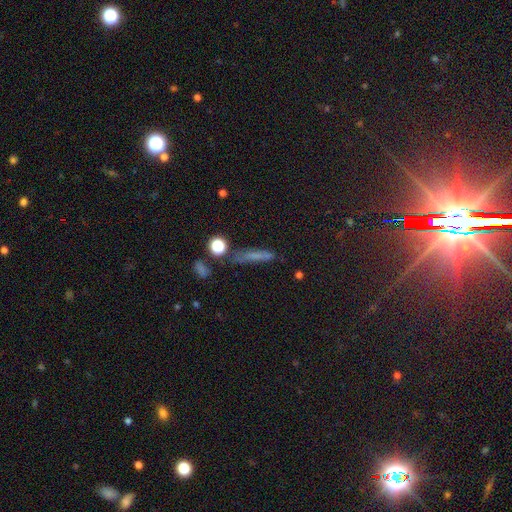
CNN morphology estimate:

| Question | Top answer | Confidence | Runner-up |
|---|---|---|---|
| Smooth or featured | smooth | 57% | star or artifact (23%) |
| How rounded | cigar-shaped | 76% | in between (13%) |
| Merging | none | 68% | minor disturbance (18%) |